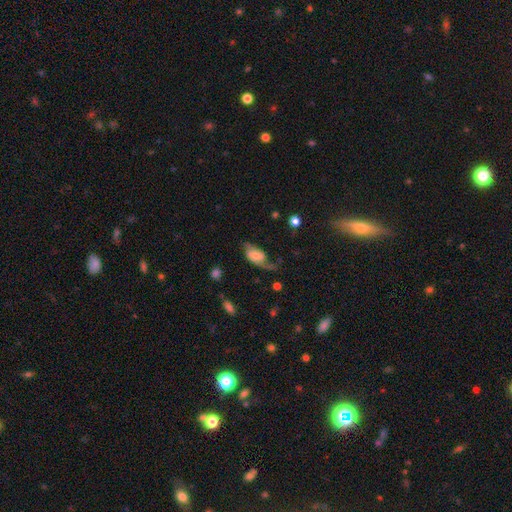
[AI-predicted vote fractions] Smooth or featured? Predicted: featured or disk (p=0.66). Edge-on disk? Predicted: no (p=0.95). Bar? Predicted: no (p=0.45). Spiral arms? Predicted: yes (p=0.90). Spiral winding? Predicted: loose (p=0.55). Spiral arm count? Predicted: 2 (p=0.73). Bulge size? Predicted: small (p=0.35). Merging? Predicted: none (p=0.44).